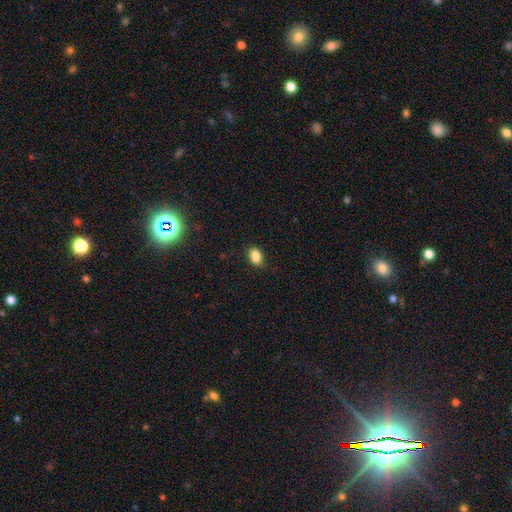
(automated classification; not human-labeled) The model was most divided on "merging": none: 80%, minor disturbance: 15%, major disturbance: 3%, merger: 1%. More confident: smooth or featured — smooth (87%); how rounded — in between (82%).